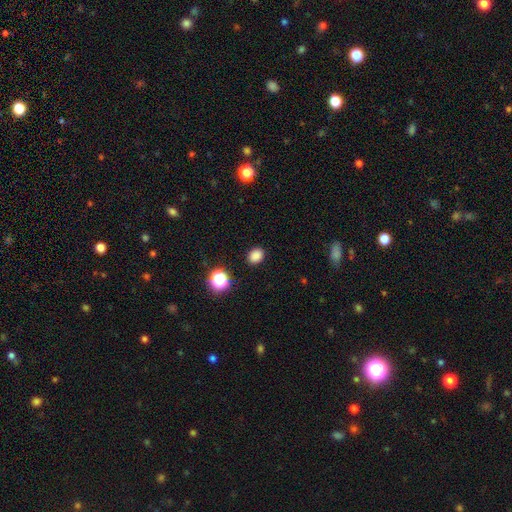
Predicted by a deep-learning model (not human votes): A smooth galaxy with no disk features (83%) that is in between round and cigar-shaped (53%).

Vote fractions:
- Smooth or featured? smooth: 83% / star or artifact: 13% / featured or disk: 3%
- How rounded? in between: 53% / round: 46% / cigar-shaped: 1%
- Merging? none: 89% / minor disturbance: 8% / major disturbance: 2% / merger: 1%